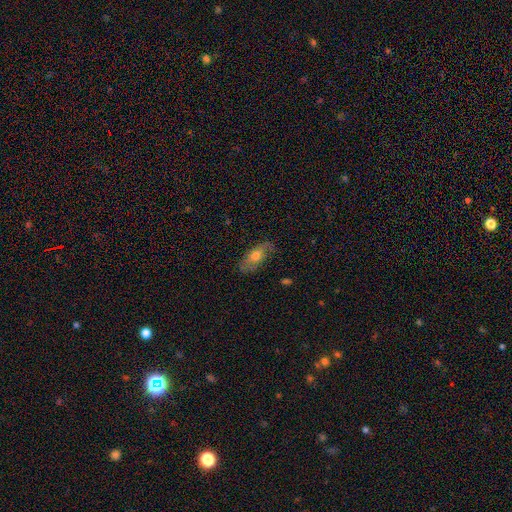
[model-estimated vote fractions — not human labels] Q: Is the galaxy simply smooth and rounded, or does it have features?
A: smooth — 55%.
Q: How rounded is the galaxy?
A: in between — 79%.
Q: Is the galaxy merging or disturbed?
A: none — 71%.